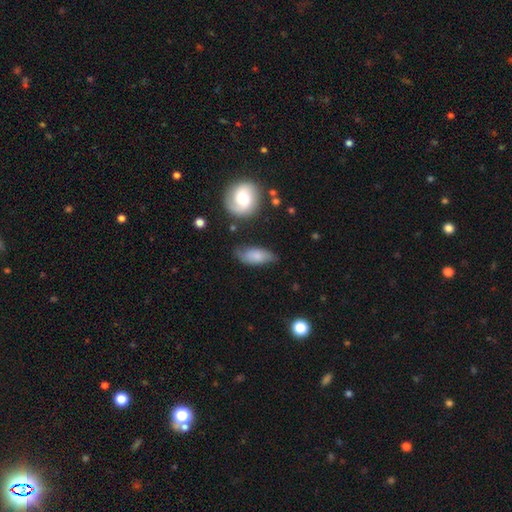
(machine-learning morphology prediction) smooth-or-featured: smooth: 66% | featured or disk: 26% | star or artifact: 7%
  how-rounded: in between: 84% | cigar-shaped: 12% | round: 5%
  merging: none: 59% | minor disturbance: 29% | major disturbance: 8% | merger: 4%